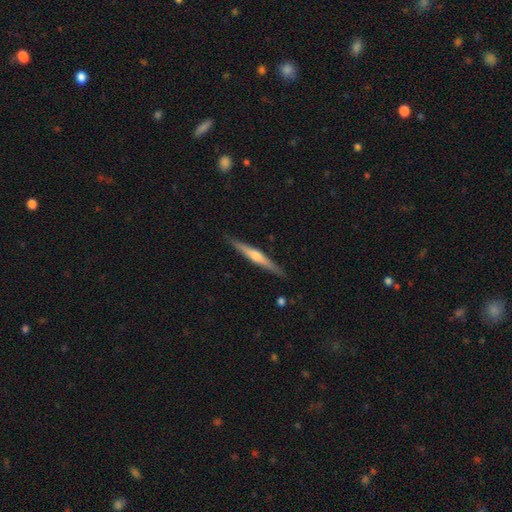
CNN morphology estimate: A featured or disk galaxy (63%) viewed edge-on (98%) with a rounded central bulge (77%). Merging: none (89%).